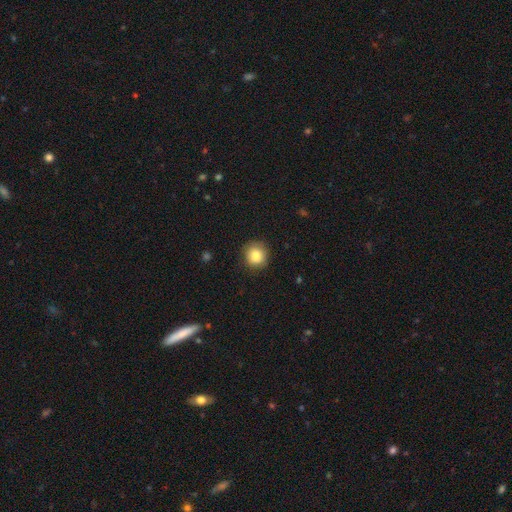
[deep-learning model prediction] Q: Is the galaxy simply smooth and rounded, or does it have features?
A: smooth — 84%.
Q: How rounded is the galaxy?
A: round — 91%.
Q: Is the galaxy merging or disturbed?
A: none — 86%.